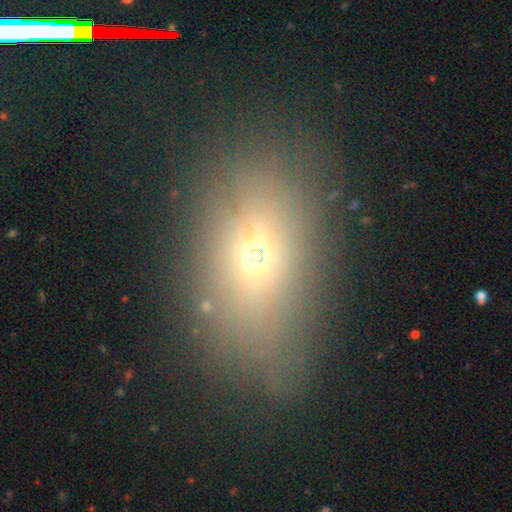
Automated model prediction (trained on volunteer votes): Smooth or featured?
  - smooth: 51% *
  - featured or disk: 27%
  - star or artifact: 22%
How rounded?
  - in between: 76% *
  - round: 17%
  - cigar-shaped: 7%
Merging?
  - none: 70% *
  - minor disturbance: 16%
  - major disturbance: 10%
  - merger: 4%